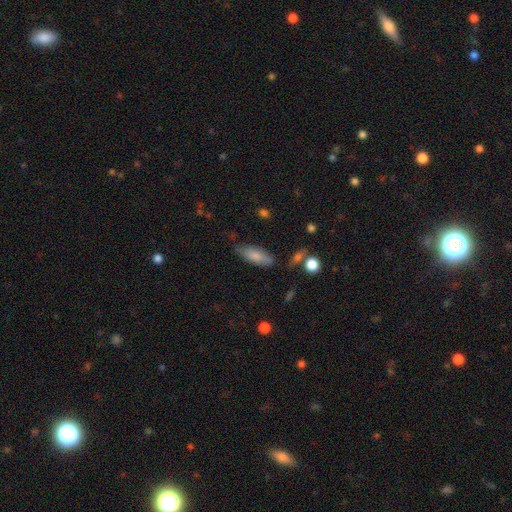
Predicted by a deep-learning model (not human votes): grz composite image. It shows a smooth galaxy with no disk features (79%) that is in between round and cigar-shaped (72%). Merging: none (66%).